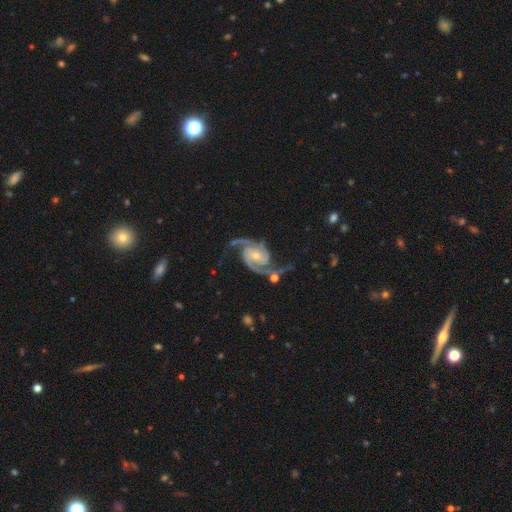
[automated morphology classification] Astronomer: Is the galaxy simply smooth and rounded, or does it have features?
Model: featured or disk — 93%.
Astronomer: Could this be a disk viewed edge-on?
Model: no — 98%.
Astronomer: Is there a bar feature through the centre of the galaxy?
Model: no — 58%.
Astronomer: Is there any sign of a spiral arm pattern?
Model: yes — 99%.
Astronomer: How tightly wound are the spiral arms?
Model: medium — 54%.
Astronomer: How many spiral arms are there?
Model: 2 — 87%.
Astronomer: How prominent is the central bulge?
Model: small — 59% (runner-up: moderate, 36%).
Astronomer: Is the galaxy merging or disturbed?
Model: none — 64%.